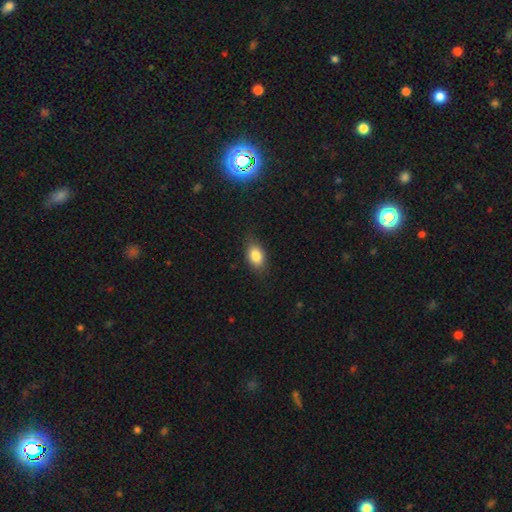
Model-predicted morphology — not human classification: Smooth or featured? Predicted: smooth (p=0.83). How rounded? Predicted: in between (p=0.84). Merging? Predicted: none (p=0.81).